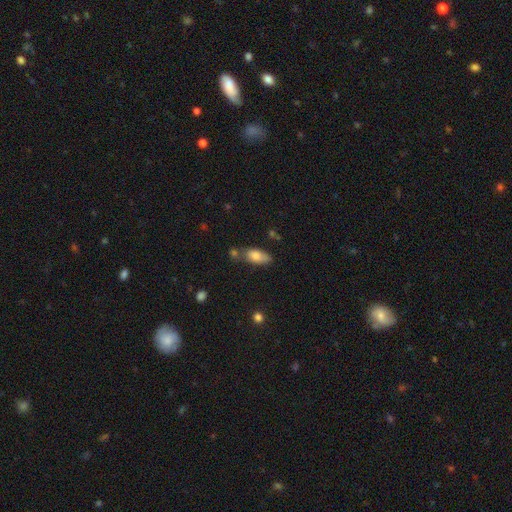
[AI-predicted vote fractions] A smooth galaxy with no disk features (79%) that is in between round and cigar-shaped (81%).

Vote fractions:
- Smooth or featured? smooth: 79% / featured or disk: 14% / star or artifact: 8%
- How rounded? in between: 81% / cigar-shaped: 15% / round: 3%
- Merging? none: 54% / minor disturbance: 23% / merger: 16% / major disturbance: 7%